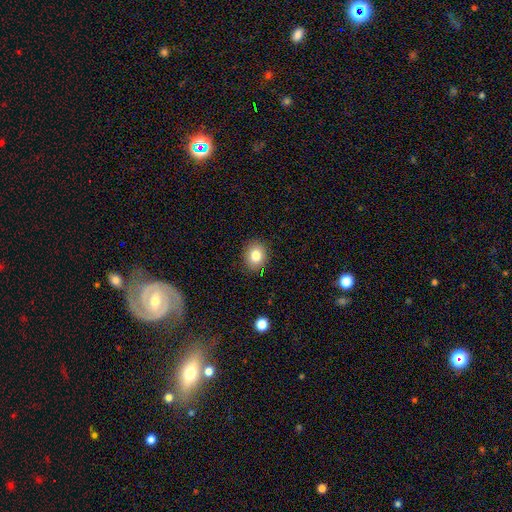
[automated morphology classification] This appears to be a smooth galaxy with no disk features (82%) that is round (65%). Merging: none (89%).